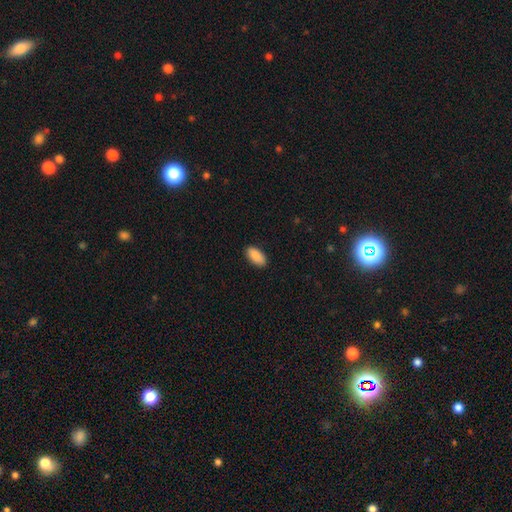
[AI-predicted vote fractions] Overall: smooth (90%). How rounded: in between (93%). Merging: none (90%).